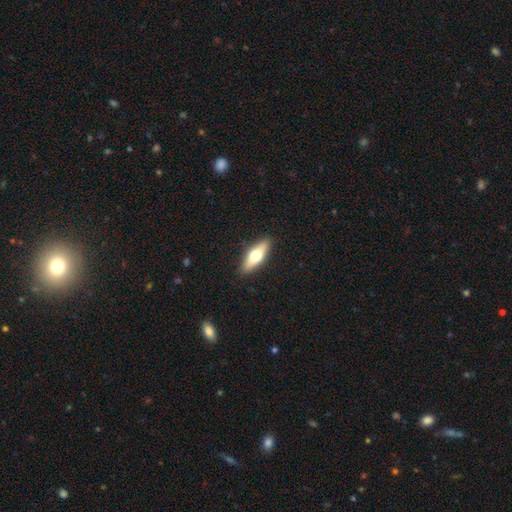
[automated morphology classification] smooth-or-featured: smooth: 55% | featured or disk: 39% | star or artifact: 6%
  how-rounded: in between: 53% | cigar-shaped: 44% | round: 3%
  merging: none: 89% | minor disturbance: 8% | major disturbance: 2% | merger: 1%